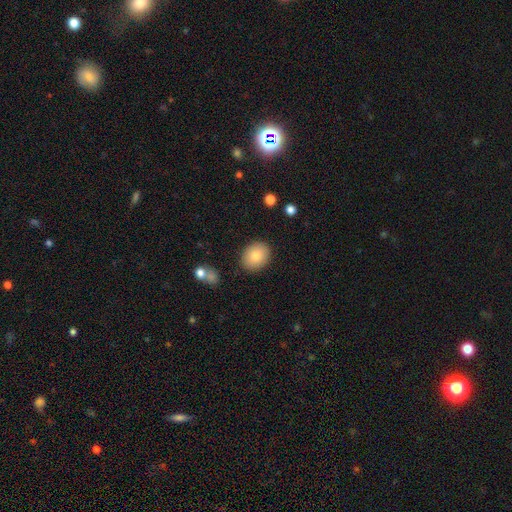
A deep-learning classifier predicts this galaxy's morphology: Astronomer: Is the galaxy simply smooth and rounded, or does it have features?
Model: smooth — 81%.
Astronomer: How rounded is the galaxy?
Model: round — 52% (runner-up: in between, 47%).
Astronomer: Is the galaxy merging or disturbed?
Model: none — 87%.